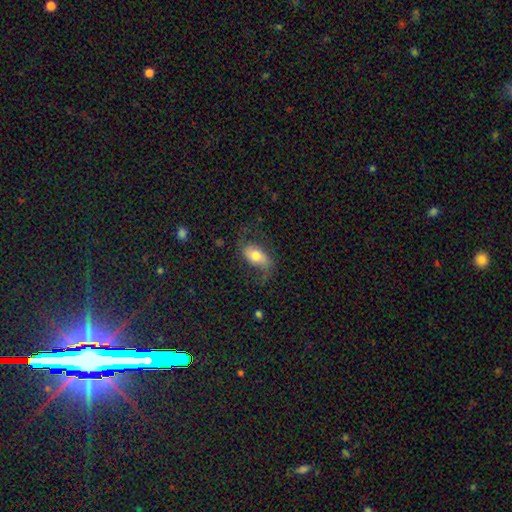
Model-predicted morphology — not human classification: Smooth or featured?
  - featured or disk: 48% *
  - smooth: 44%
  - star or artifact: 8%
Merging?
  - none: 60% *
  - minor disturbance: 21%
  - major disturbance: 17%
  - merger: 2%